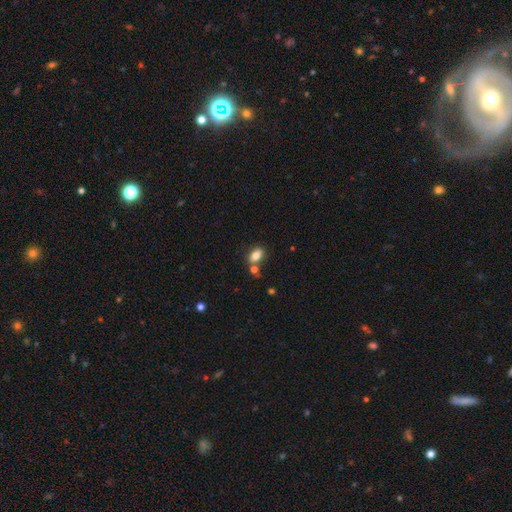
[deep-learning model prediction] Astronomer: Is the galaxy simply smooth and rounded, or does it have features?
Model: smooth — 81%.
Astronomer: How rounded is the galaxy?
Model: in between — 85%.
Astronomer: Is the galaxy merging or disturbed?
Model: none — 62%.